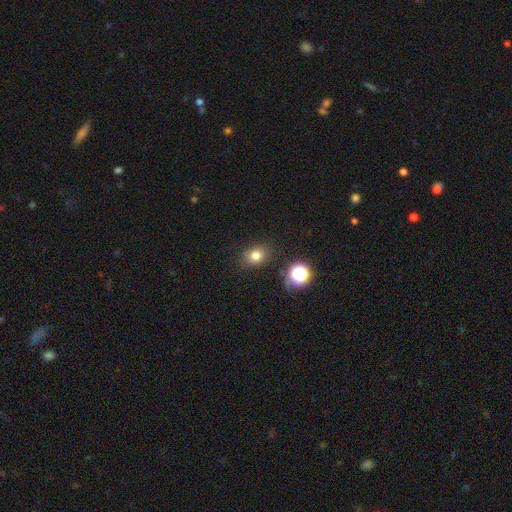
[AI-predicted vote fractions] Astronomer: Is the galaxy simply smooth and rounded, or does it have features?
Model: smooth — 76%.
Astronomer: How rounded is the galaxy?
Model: round — 54% (runner-up: in between, 45%).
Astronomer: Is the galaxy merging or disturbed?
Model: none — 83%.